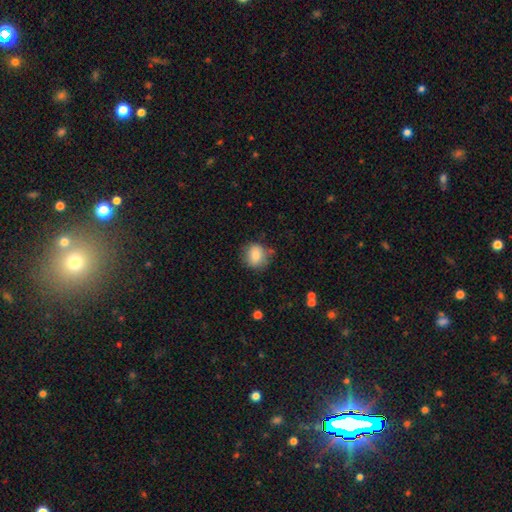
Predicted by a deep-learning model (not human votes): Smooth or featured? Predicted: smooth (p=0.81). How rounded? Predicted: round (p=0.81). Merging? Predicted: none (p=0.76).